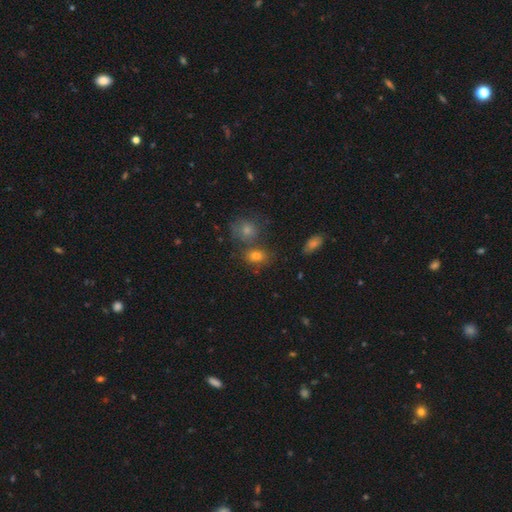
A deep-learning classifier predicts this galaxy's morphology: A smooth galaxy with no disk features (70%) that is in between round and cigar-shaped (63%). Merging: none (54%).